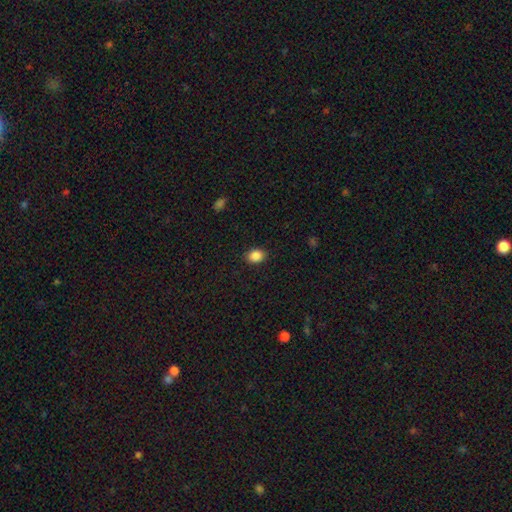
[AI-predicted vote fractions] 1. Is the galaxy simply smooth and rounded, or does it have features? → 87% smooth, 9% star or artifact, 4% featured or disk.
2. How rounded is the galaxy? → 62% in between, 37% round, 1% cigar-shaped.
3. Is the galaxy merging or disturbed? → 89% none, 8% minor disturbance, 2% major disturbance, 1% merger.